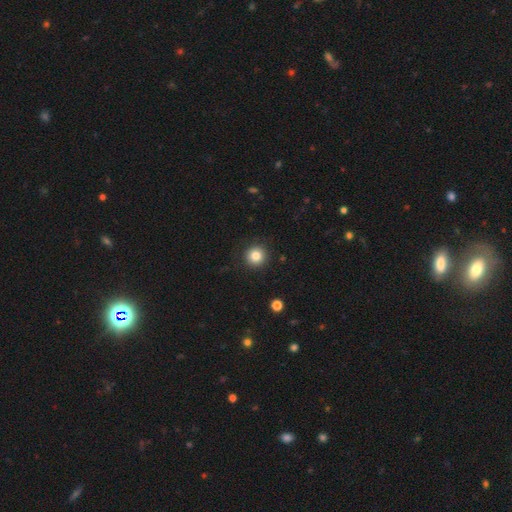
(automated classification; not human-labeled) This appears to be a smooth galaxy with no disk features (82%) that is round (95%). Merging: none (91%).